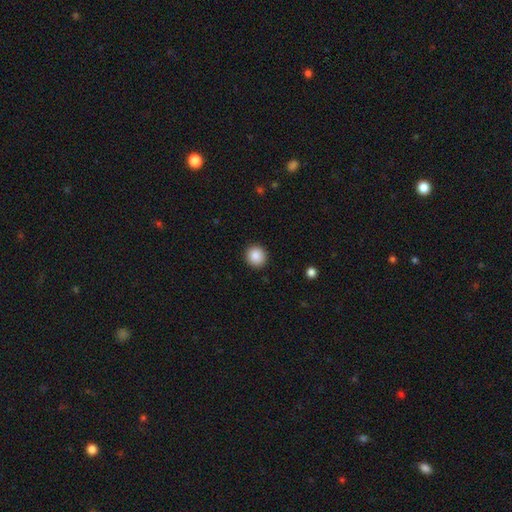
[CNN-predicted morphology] type=smooth (88%); roundness=round (92%); merging=none (92%).